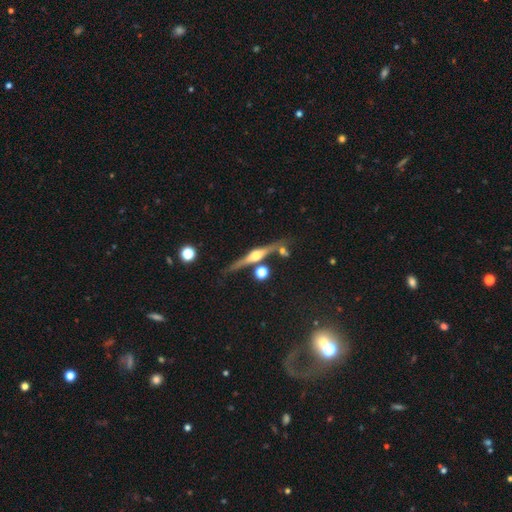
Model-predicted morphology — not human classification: smooth_or_featured: featured or disk (p=0.80) [alt: smooth p=0.13]
disk_edge_on: yes (p=0.97) [alt: no p=0.03]
edge_on_bulge: rounded (p=0.93) [alt: boxy p=0.05]
merging: none (p=0.78) [alt: minor disturbance p=0.11]